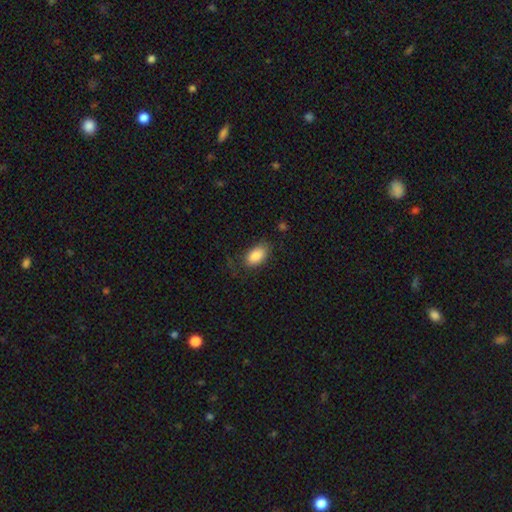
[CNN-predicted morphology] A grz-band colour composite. It shows a smooth galaxy with no disk features (86%) that is in between round and cigar-shaped (93%). Merging: none (74%).